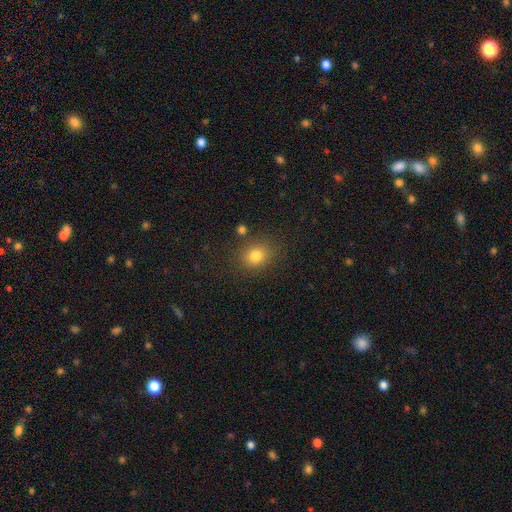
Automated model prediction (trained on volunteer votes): smooth_or_featured: smooth (p=0.81) [alt: star or artifact p=0.12]
how_rounded: round (p=0.65) [alt: in between p=0.34]
merging: none (p=0.79) [alt: minor disturbance p=0.12]